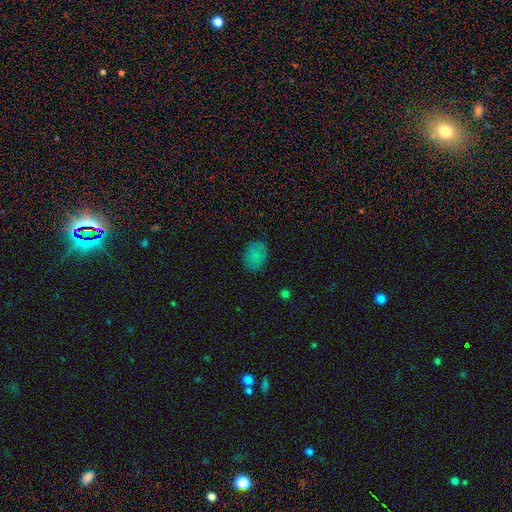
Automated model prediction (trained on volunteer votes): smooth-or-featured: smooth: 80% | star or artifact: 13% | featured or disk: 7%
  how-rounded: in between: 73% | round: 26% | cigar-shaped: 1%
  merging: none: 81% | minor disturbance: 14% | major disturbance: 3% | merger: 1%